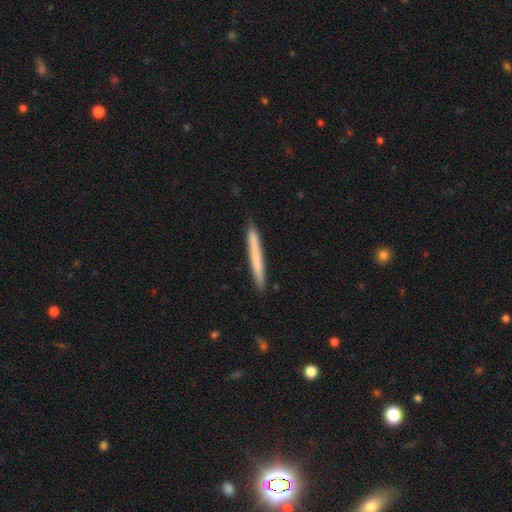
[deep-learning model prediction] smooth 67%, featured or disk 28%, star or artifact 6%. Down the decision tree: how rounded — cigar-shaped (97%); merging — none (91%).